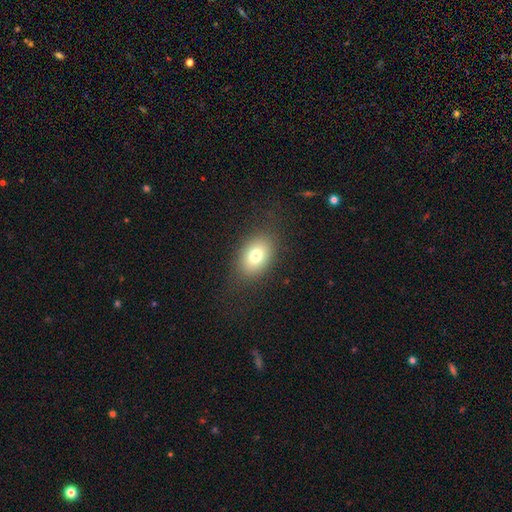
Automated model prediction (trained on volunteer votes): Smooth or featured: smooth — 76% (featured or disk — 13%)
How rounded: in between — 78% (round — 20%)
Merging: none — 83% (minor disturbance — 11%)